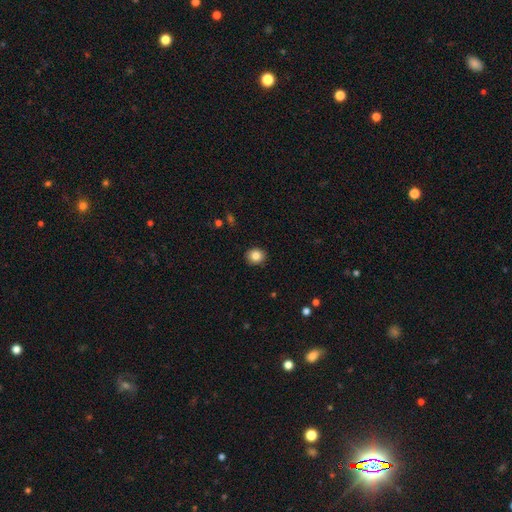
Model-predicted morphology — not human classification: The model was most divided on "how rounded": round: 74%, in between: 25%, cigar-shaped: 1%. More confident: merging — none (91%); smooth or featured — smooth (84%).